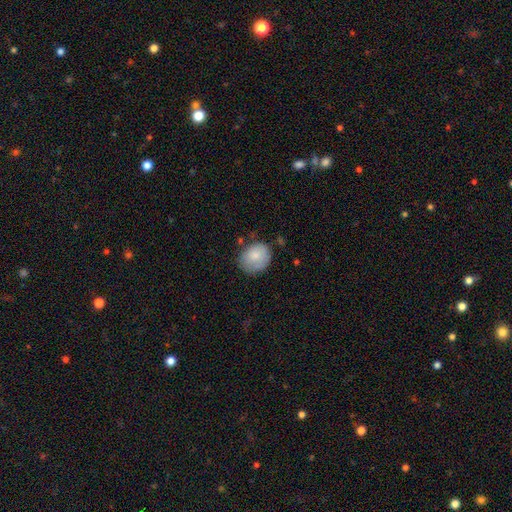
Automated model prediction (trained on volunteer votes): Morphology: type=smooth (79%); roundness=round (61%); merging=none (63%).